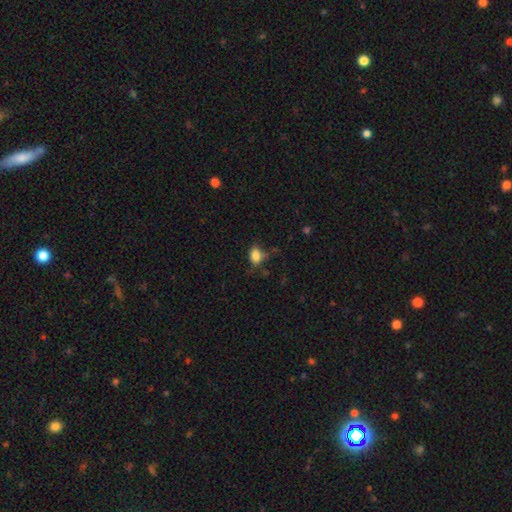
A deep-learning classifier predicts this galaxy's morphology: smooth_or_featured: smooth (p=0.84) [alt: star or artifact p=0.10]
how_rounded: in between (p=0.76) [alt: round p=0.22]
merging: none (p=0.62) [alt: minor disturbance p=0.26]